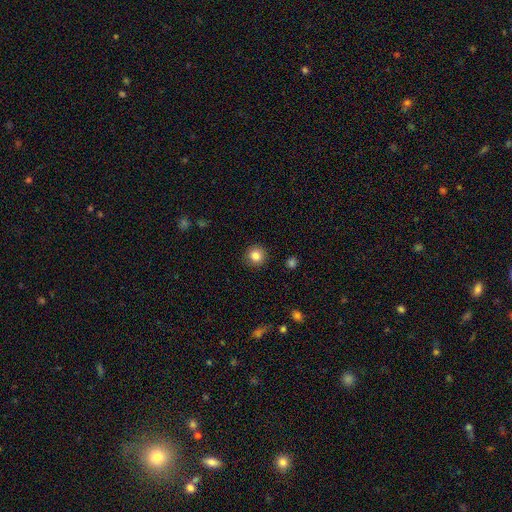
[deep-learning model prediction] smooth 84%, star or artifact 10%, featured or disk 6%. Down the decision tree: how rounded — round (94%); merging — none (92%).